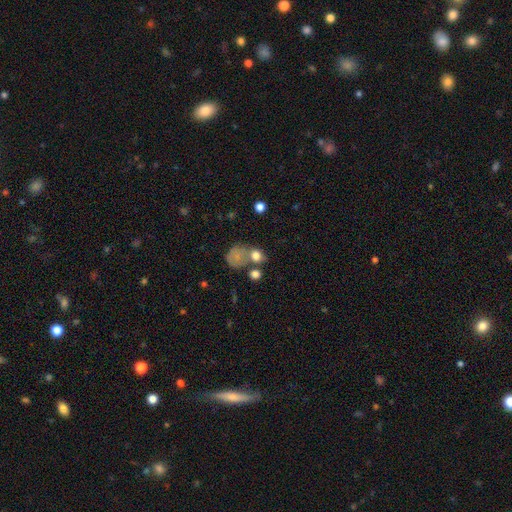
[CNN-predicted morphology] This appears to be a smooth galaxy with no disk features (74%) that is round (63%). Merging: none (40%).